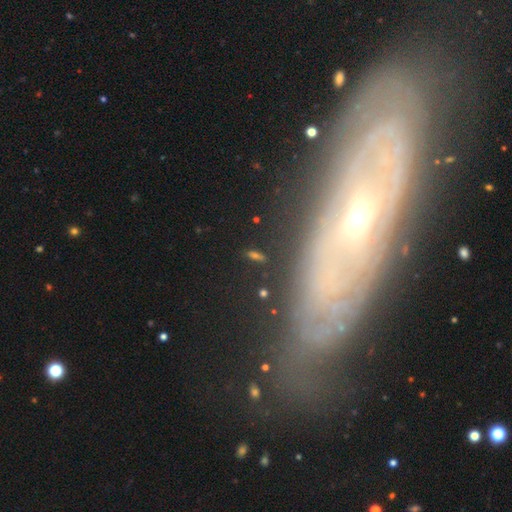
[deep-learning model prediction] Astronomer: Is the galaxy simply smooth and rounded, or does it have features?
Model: smooth — 39% (runner-up: star or artifact, 32%).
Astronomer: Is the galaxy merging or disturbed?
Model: none — 78%.